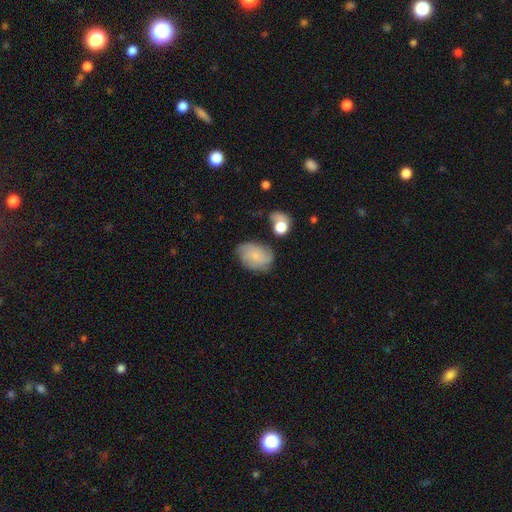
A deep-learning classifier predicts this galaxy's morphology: The model was most divided on "smooth or featured": featured or disk: 48%, smooth: 43%, star or artifact: 9%. More confident: merging — none (61%).